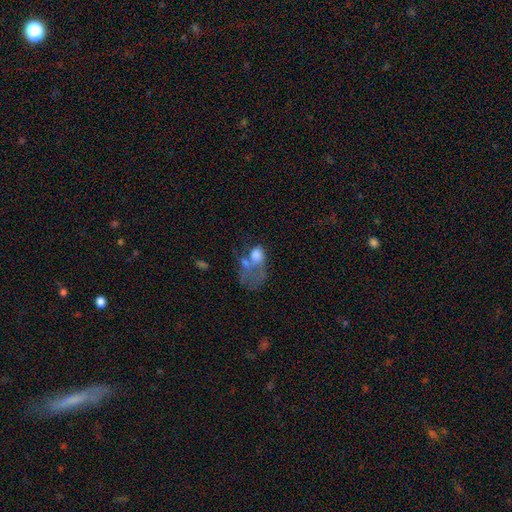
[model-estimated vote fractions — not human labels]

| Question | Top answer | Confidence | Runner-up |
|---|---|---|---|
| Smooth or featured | smooth | 50% | featured or disk (37%) |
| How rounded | in between | 70% | round (28%) |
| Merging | major disturbance | 46% | merger (31%) |